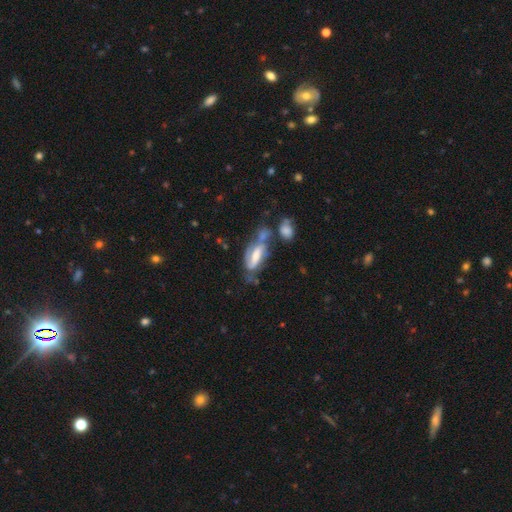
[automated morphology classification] This is likely a featured or disk galaxy (62%). It is clearly not viewed edge-on (90%). Bar: marginally strong (39%). Spiral arm pattern: clearly yes (81%). Central bulge: marginally moderate (35%). Merging: marginally merger (35%).